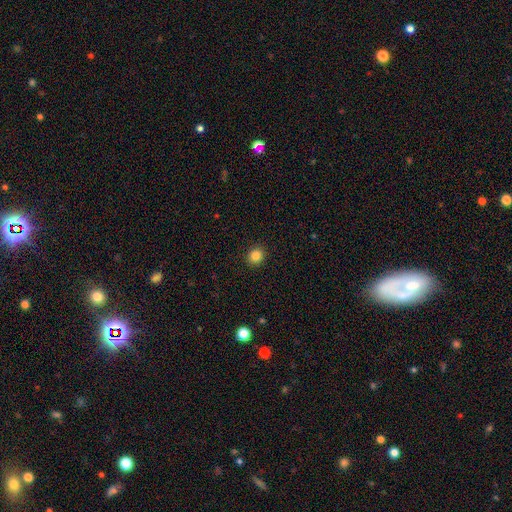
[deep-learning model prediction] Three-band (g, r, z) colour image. It shows a smooth galaxy with no disk features (84%) that is round (81%). Merging: none (92%).